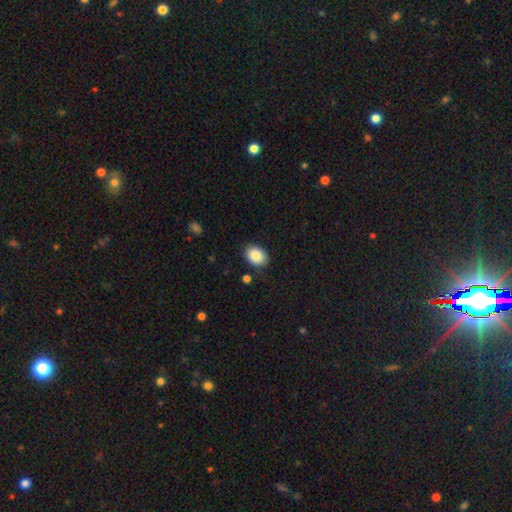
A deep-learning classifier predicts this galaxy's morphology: This appears to be a smooth galaxy with no disk features (87%) that is in between round and cigar-shaped (74%). Merging: none (85%).